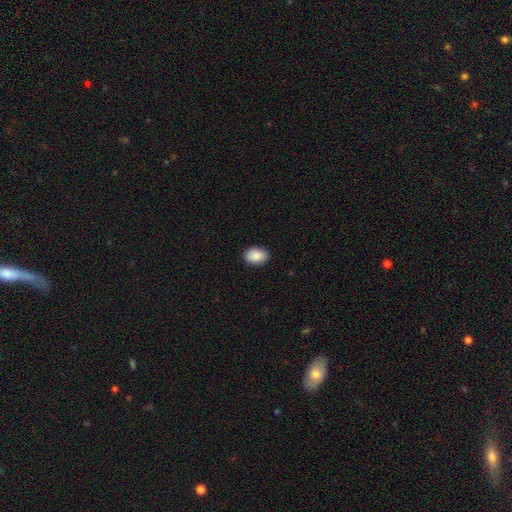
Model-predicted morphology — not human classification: Overall: smooth (89%). How rounded: in between (82%). Merging: none (89%).